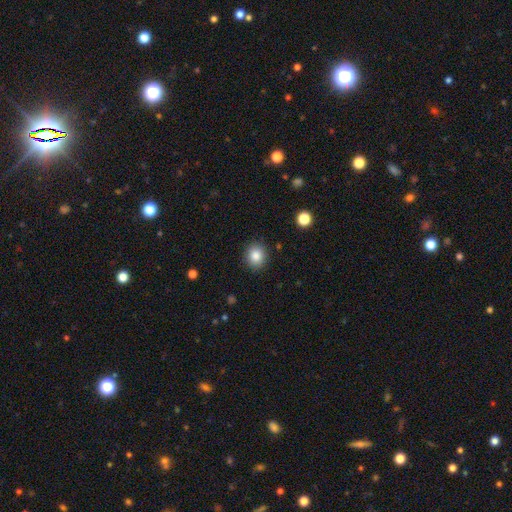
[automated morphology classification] Smooth or featured: smooth — 85% (star or artifact — 10%)
How rounded: round — 74% (in between — 25%)
Merging: none — 90% (minor disturbance — 7%)